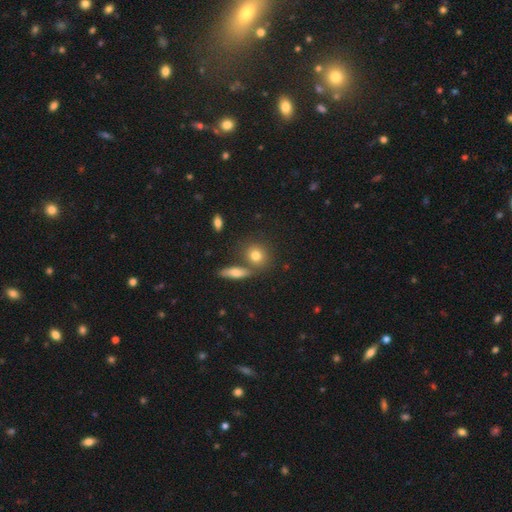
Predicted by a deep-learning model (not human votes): A smooth galaxy with no disk features (79%) that is round (71%). Merging: none (65%).